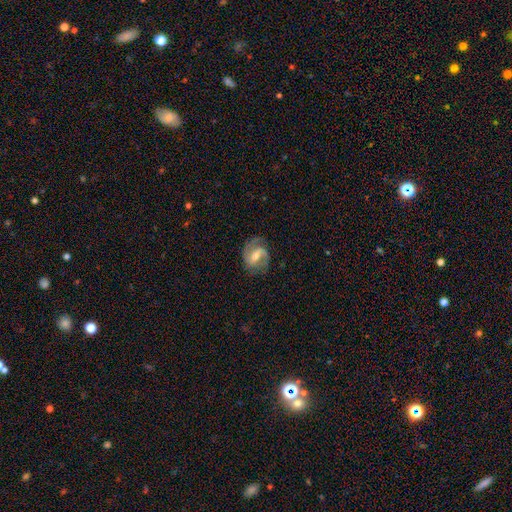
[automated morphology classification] A featured or disk galaxy (83%) with a weak bar (50%), 2 (82%) medium (52%) spiral arms (95%) and a moderate central bulge (57%). Merging: none (74%).